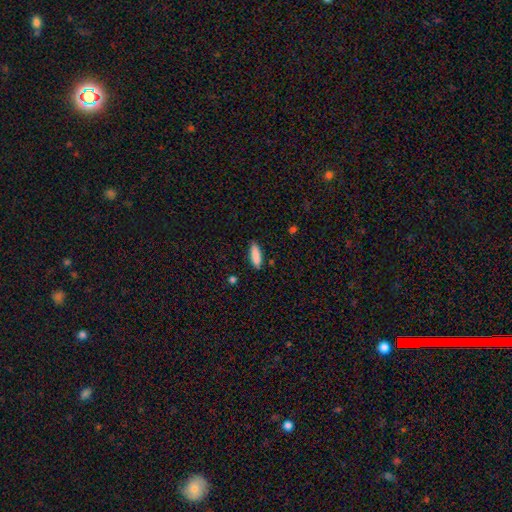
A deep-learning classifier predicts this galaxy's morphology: A smooth galaxy with no disk features (87%) that is cigar-shaped (51%).

Vote fractions:
- Smooth or featured? smooth: 87% / featured or disk: 7% / star or artifact: 6%
- How rounded? cigar-shaped: 51% / in between: 48% / round: 2%
- Merging? none: 85% / minor disturbance: 11% / major disturbance: 2% / merger: 2%